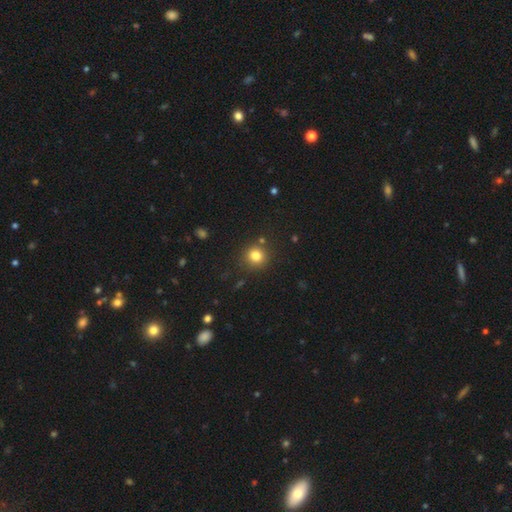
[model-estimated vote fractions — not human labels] Q: Smooth or featured?
A: smooth (81%); runner-up: star or artifact (13%)
Q: How rounded?
A: round (91%); runner-up: in between (8%)
Q: Merging?
A: none (84%); runner-up: minor disturbance (8%)